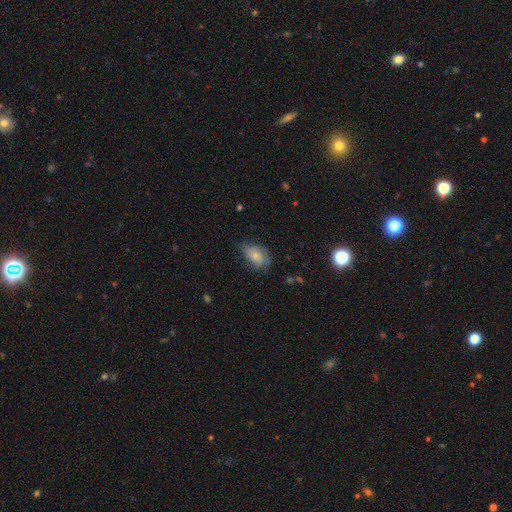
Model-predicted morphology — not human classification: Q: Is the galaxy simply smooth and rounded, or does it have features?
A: smooth — 66%.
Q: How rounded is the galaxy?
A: in between — 84%.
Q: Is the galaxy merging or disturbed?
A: none — 49%.